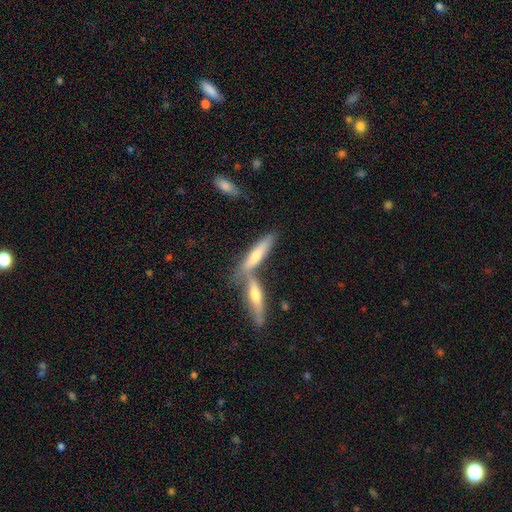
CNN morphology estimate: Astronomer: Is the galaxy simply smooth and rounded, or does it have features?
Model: featured or disk — 46%, tied with smooth at 46%.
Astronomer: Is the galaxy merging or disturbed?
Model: none — 48% (runner-up: merger, 40%).